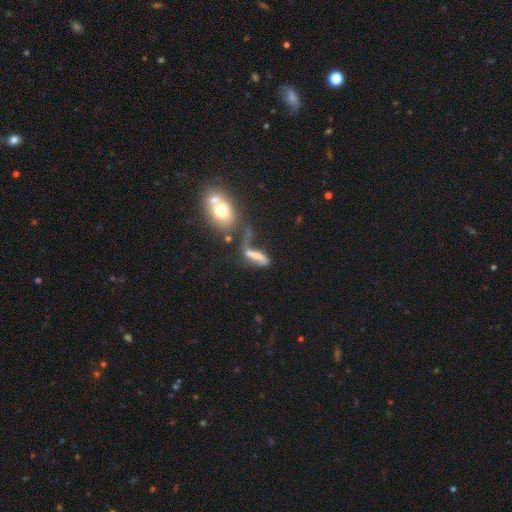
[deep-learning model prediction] This appears to be a featured or disk galaxy (50%). Merging: merger (34%).